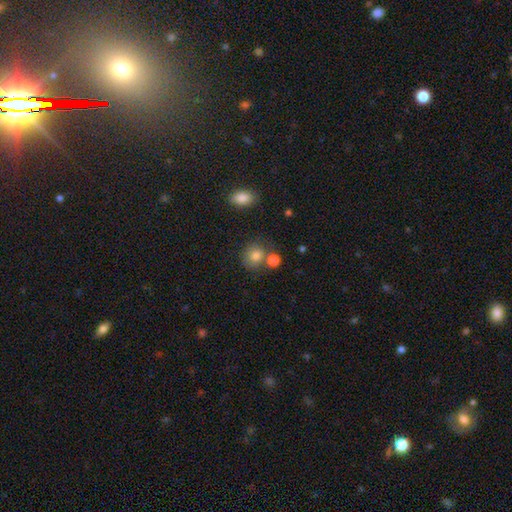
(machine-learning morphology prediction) Smooth or featured: smooth — 82% (star or artifact — 10%)
How rounded: round — 78% (in between — 21%)
Merging: none — 59% (merger — 22%)